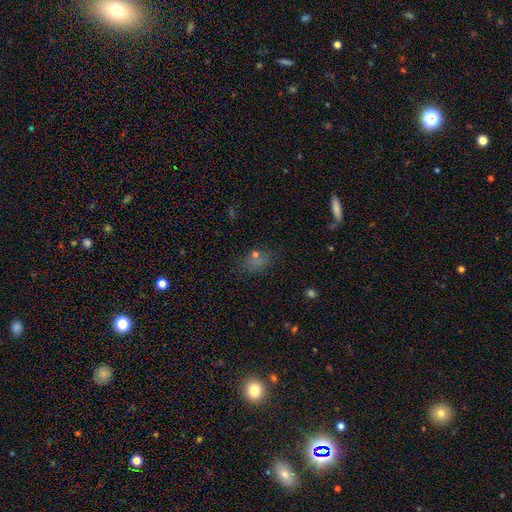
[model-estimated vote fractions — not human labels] A smooth galaxy with no disk features (59%) that is in between round and cigar-shaped (70%). Merging: none (60%).